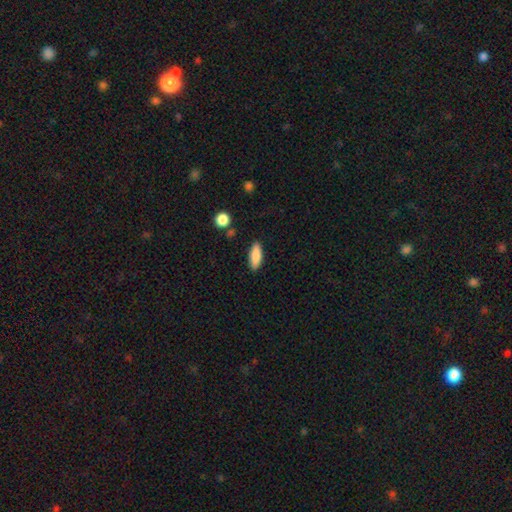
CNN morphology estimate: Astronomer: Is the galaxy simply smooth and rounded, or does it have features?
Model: smooth — 85%.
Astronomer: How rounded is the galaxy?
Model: in between — 64%.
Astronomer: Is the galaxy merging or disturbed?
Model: none — 86%.